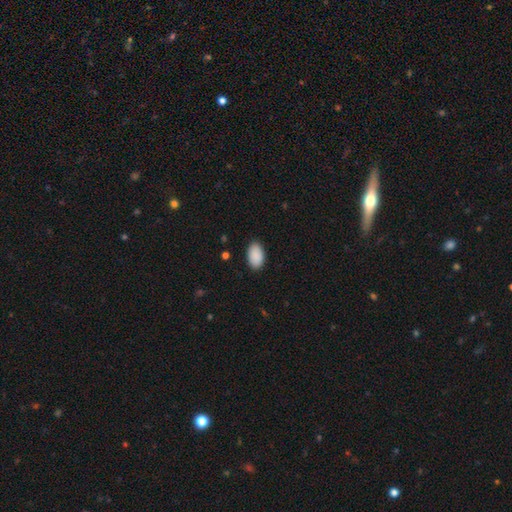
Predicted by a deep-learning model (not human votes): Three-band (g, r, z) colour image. It shows a smooth galaxy with no disk features (91%) that is in between round and cigar-shaped (95%). Merging: none (88%).